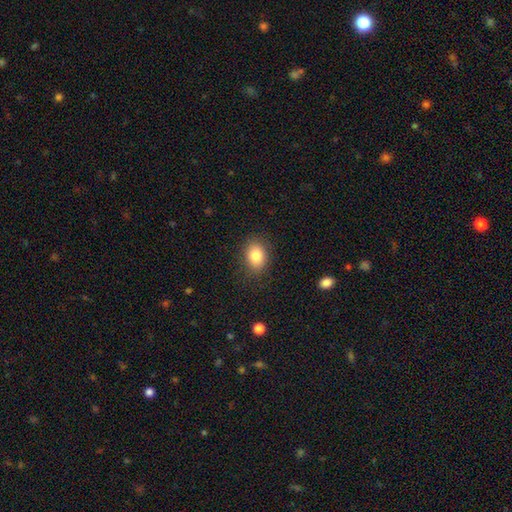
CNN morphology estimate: smooth_or_featured: smooth (p=0.84) [alt: star or artifact p=0.09]
how_rounded: in between (p=0.68) [alt: round p=0.31]
merging: none (p=0.85) [alt: minor disturbance p=0.11]